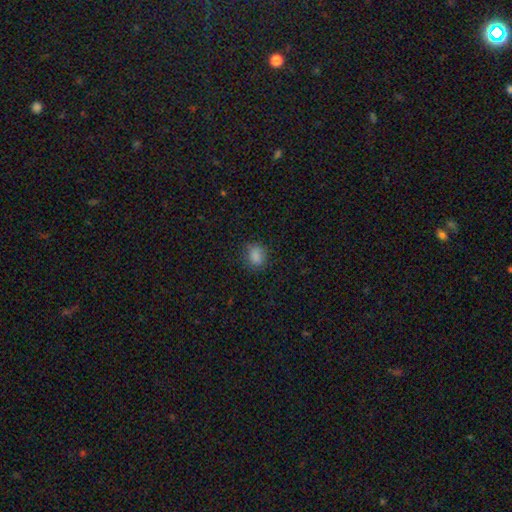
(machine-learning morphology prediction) This appears to be a smooth galaxy with no disk features (82%) that is in between round and cigar-shaped (51%). Merging: none (77%).